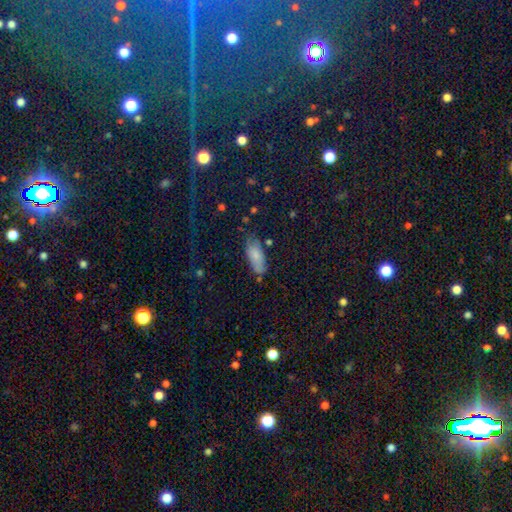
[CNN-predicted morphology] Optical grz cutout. It shows a smooth galaxy with no disk features (76%) that is in between round and cigar-shaped (83%). Merging: none (65%).